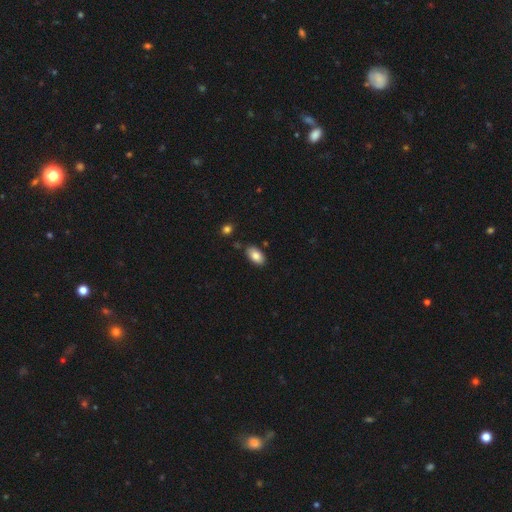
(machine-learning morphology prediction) A smooth galaxy with no disk features (84%) that is in between round and cigar-shaped (94%).

Vote fractions:
- Smooth or featured? smooth: 84% / featured or disk: 9% / star or artifact: 7%
- How rounded? in between: 94% / round: 4% / cigar-shaped: 2%
- Merging? none: 83% / minor disturbance: 11% / merger: 3% / major disturbance: 2%